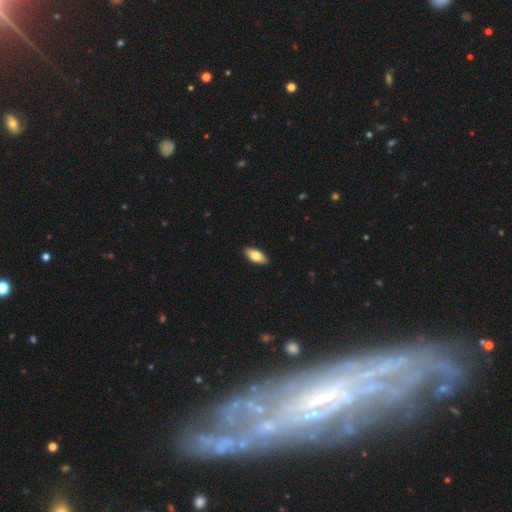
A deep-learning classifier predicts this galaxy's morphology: Smooth or featured: smooth — 79% (featured or disk — 16%)
How rounded: in between — 88% (cigar-shaped — 9%)
Merging: none — 91% (minor disturbance — 7%)